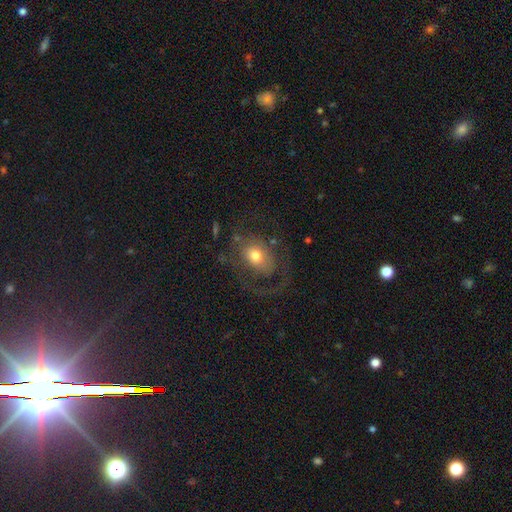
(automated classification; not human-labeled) Smooth or featured? Predicted: featured or disk (p=0.52). Edge-on disk? Predicted: no (p=0.95). Merging? Predicted: none (p=0.47).